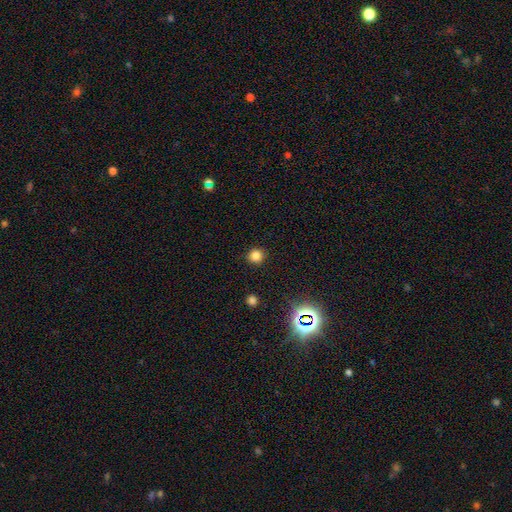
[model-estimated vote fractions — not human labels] A smooth galaxy with no disk features (80%) that is round (92%).

Vote fractions:
- Smooth or featured? smooth: 80% / star or artifact: 16% / featured or disk: 4%
- How rounded? round: 92% / in between: 7% / cigar-shaped: 1%
- Merging? none: 91% / minor disturbance: 6% / major disturbance: 2% / merger: 1%